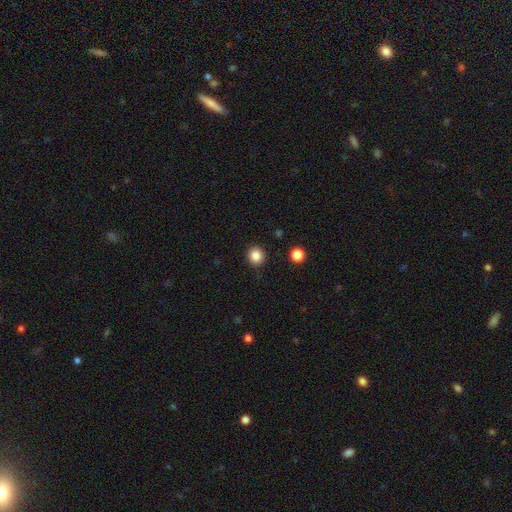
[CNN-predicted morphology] This is clearly a smooth galaxy (84%). How rounded: clearly round (92%). Merging: clearly none (92%).